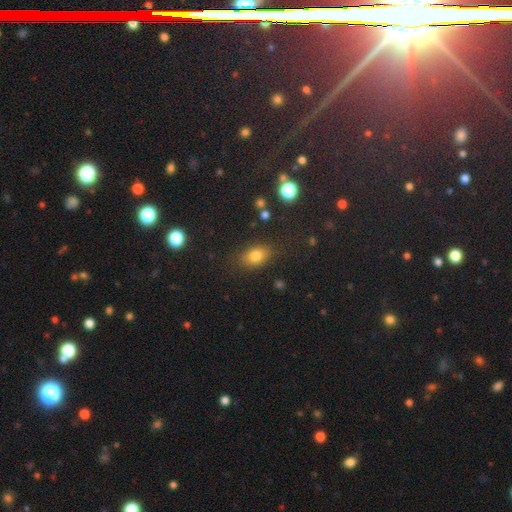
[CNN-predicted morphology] The model was most divided on "how rounded": in between: 79%, round: 18%, cigar-shaped: 3%. More confident: merging — none (81%); smooth or featured — smooth (78%).